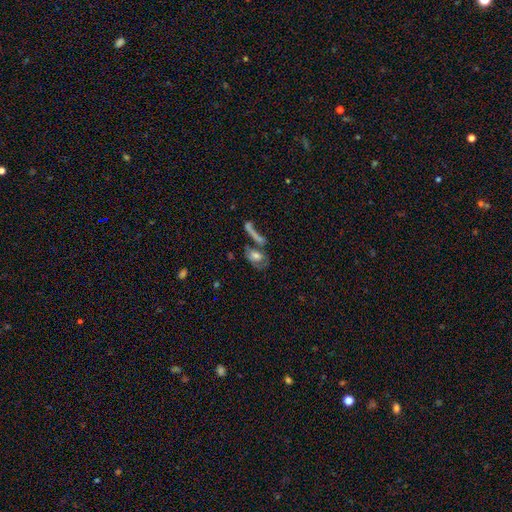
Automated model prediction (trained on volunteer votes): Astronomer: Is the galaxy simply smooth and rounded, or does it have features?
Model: smooth — 55% (runner-up: featured or disk, 35%).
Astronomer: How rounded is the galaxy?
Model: in between — 78%.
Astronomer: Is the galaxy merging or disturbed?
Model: none — 34%, tied with merger at 34%.